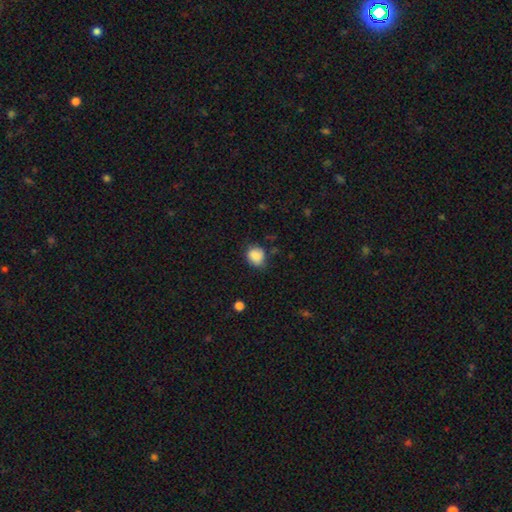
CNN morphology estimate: smooth-or-featured: smooth: 86% | star or artifact: 9% | featured or disk: 5%
  how-rounded: round: 65% | in between: 34% | cigar-shaped: 1%
  merging: none: 66% | minor disturbance: 25% | major disturbance: 6% | merger: 2%